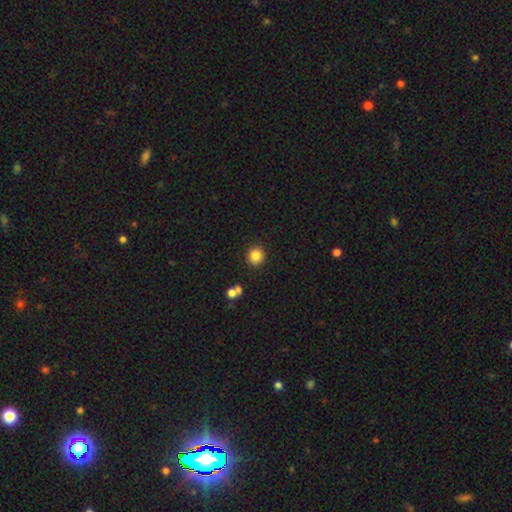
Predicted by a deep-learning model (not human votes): This appears to be a smooth galaxy with no disk features (85%) that is round (91%). Merging: none (89%).